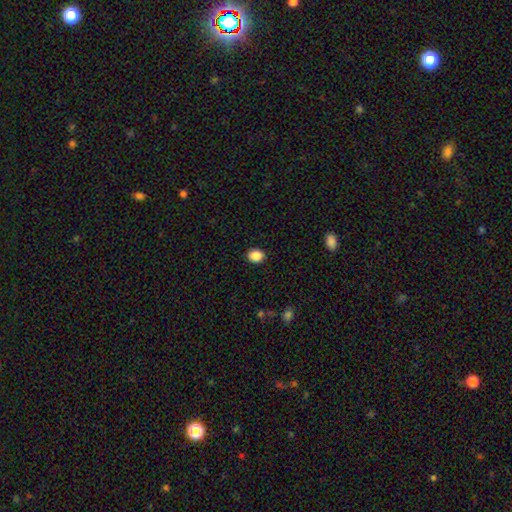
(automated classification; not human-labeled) Q: Smooth or featured?
A: smooth (88%); runner-up: star or artifact (9%)
Q: How rounded?
A: round (53%); runner-up: in between (46%)
Q: Merging?
A: none (90%); runner-up: minor disturbance (7%)